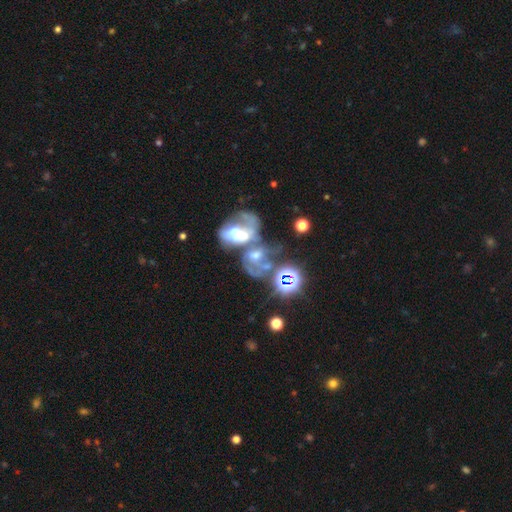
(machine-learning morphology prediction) Smooth or featured? featured or disk (57%)
Edge-on disk? no (97%)
Bar? no (69%)
Spiral arms? yes (54%)
Bulge size? moderate (49%)
Merging? merger (73%)